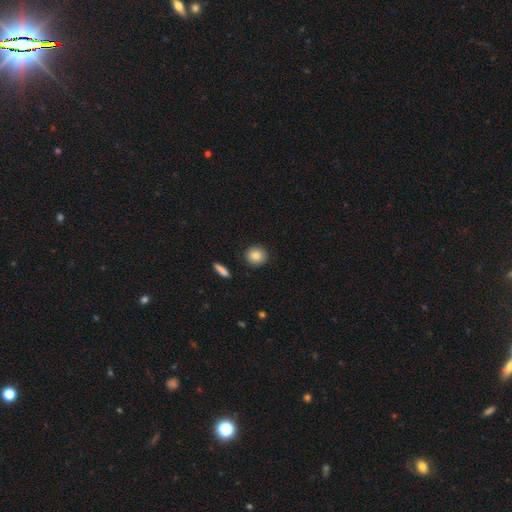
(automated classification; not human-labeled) Smooth or featured? Predicted: smooth (p=0.85). How rounded? Predicted: round (p=0.87). Merging? Predicted: none (p=0.91).